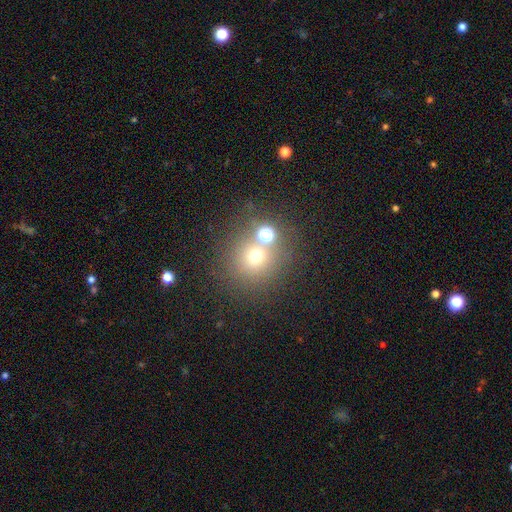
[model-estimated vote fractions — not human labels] The model was most divided on "merging": none: 64%, merger: 24%, minor disturbance: 8%, major disturbance: 4%. More confident: how rounded — round (91%); smooth or featured — smooth (65%).